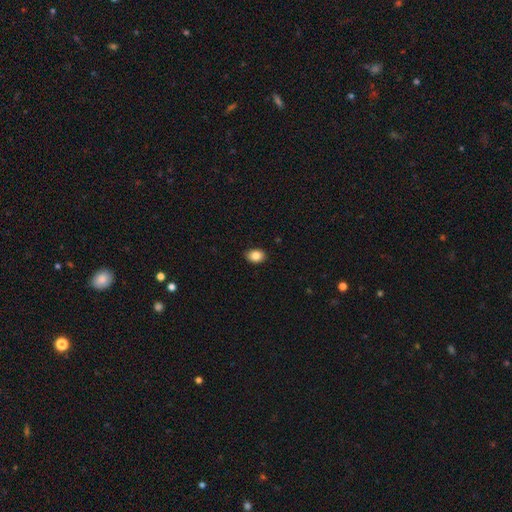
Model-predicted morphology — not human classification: Smooth or featured? smooth (86%)
How rounded? in between (72%)
Merging? none (89%)